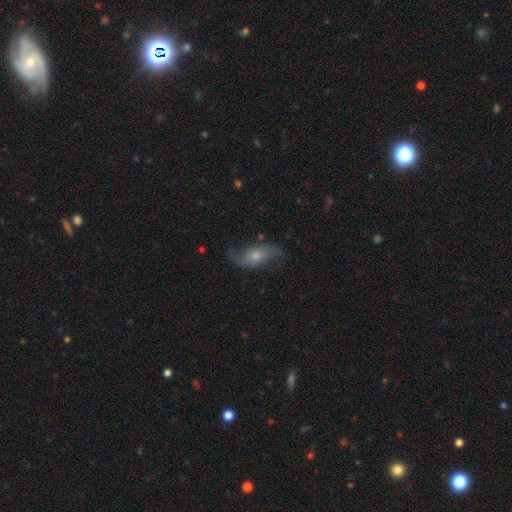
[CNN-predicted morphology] smooth-or-featured: featured or disk: 74% | smooth: 19% | star or artifact: 7%
  disk-edge-on: no: 93% | yes: 7%
    bar: no: 64% | weak: 28% | strong: 8%
    has-spiral-arms: yes: 91% | no: 9%
      spiral-winding: loose: 75% | medium: 19% | tight: 6%
      spiral-arm-count: 2: 91% | can't tell: 4% | 1: 2% | 3: 1% | 4: 1% | more than 4: 1%
    bulge-size: small: 49% | moderate: 41% | large: 4% | none: 4% | dominant: 1%
  merging: none: 70% | minor disturbance: 19% | major disturbance: 10% | merger: 2%